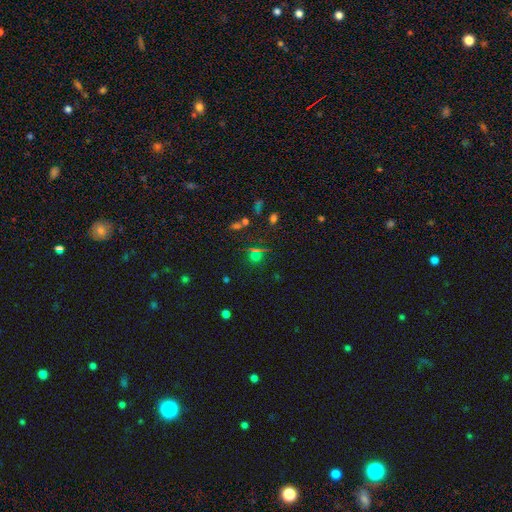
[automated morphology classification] Smooth or featured? star or artifact (51%)